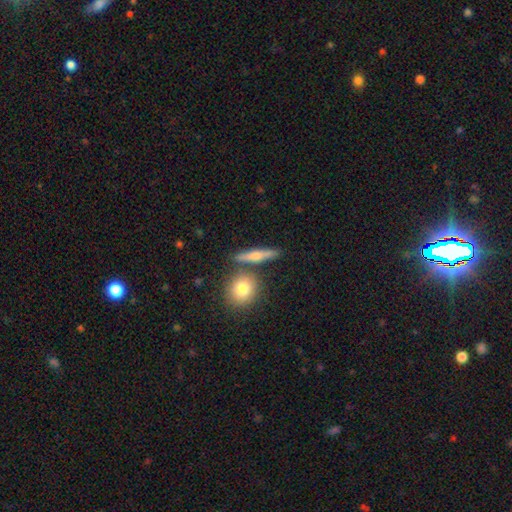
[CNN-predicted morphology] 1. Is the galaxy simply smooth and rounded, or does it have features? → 51% smooth, 40% featured or disk, 9% star or artifact.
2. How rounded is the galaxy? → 60% cigar-shaped, 22% in between, 18% round.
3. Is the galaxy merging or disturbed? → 78% none, 10% merger, 9% minor disturbance, 3% major disturbance.